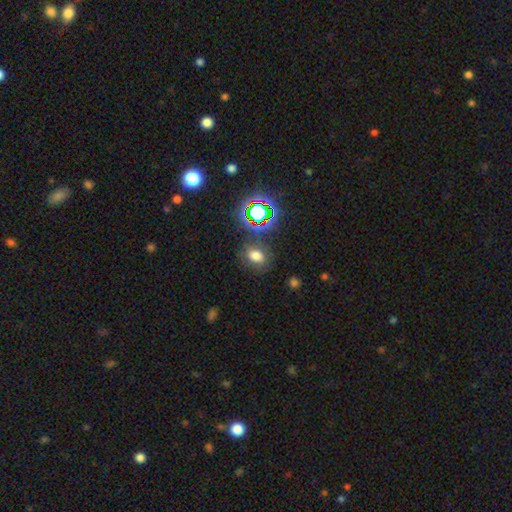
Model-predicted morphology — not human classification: smooth 66%, star or artifact 23%, featured or disk 11%. Down the decision tree: how rounded — in between (62%); merging — none (77%).